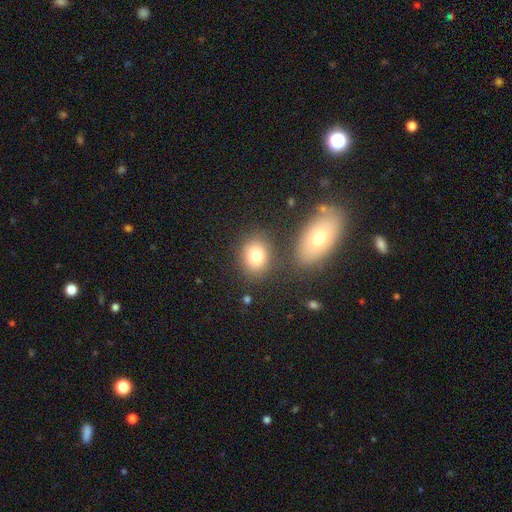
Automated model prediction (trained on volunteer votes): smooth-or-featured: smooth: 79% | featured or disk: 10% | star or artifact: 10%
  how-rounded: round: 49% (tied) | in between: 49% (tied) | cigar-shaped: 1%
  merging: none: 75% | minor disturbance: 11% | merger: 10% | major disturbance: 4%